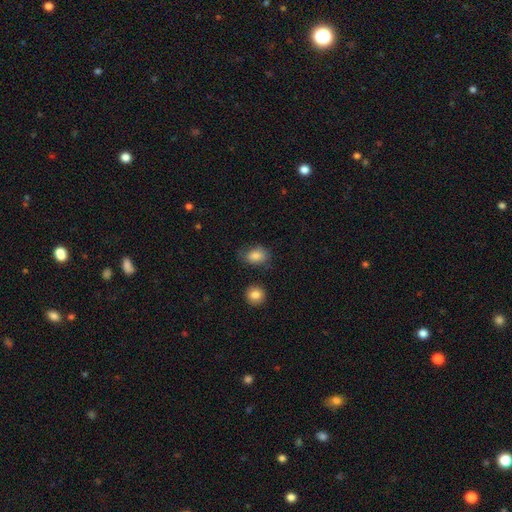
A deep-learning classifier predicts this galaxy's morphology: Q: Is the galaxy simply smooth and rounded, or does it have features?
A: smooth — 84%.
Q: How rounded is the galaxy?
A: in between — 76%.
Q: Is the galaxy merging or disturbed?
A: none — 69%.